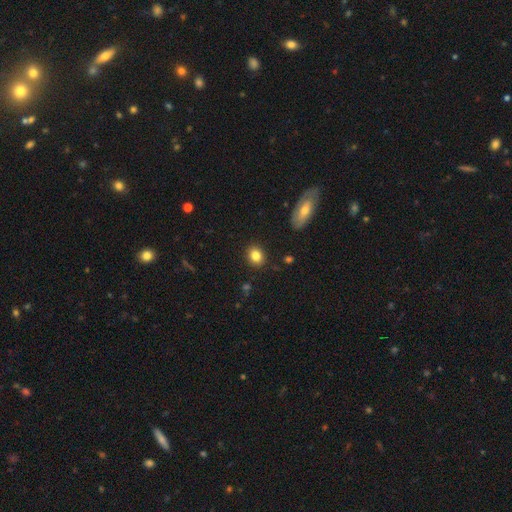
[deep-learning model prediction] Smooth or featured: smooth — 83% (star or artifact — 9%)
How rounded: round — 55% (in between — 44%)
Merging: none — 89% (minor disturbance — 7%)